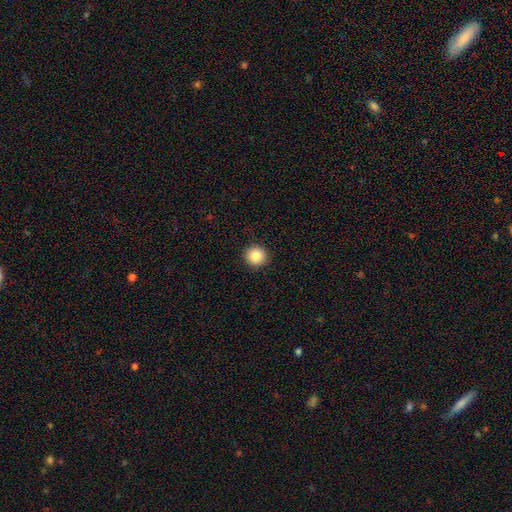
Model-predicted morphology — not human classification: The model was most divided on "smooth or featured": smooth: 87%, star or artifact: 9%, featured or disk: 4%. More confident: how rounded — round (93%); merging — none (92%).